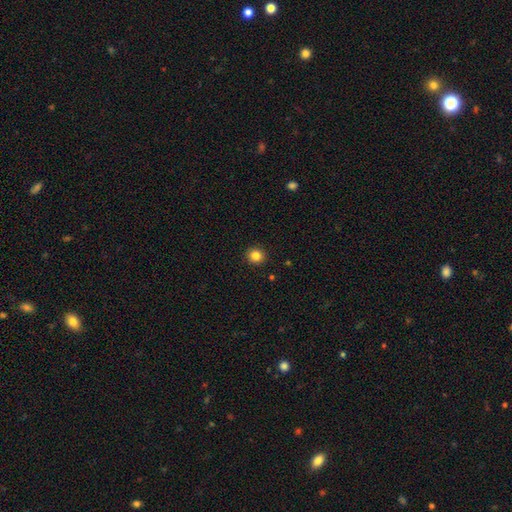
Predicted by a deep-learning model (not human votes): Smooth or featured? smooth (84%)
How rounded? round (91%)
Merging? none (92%)